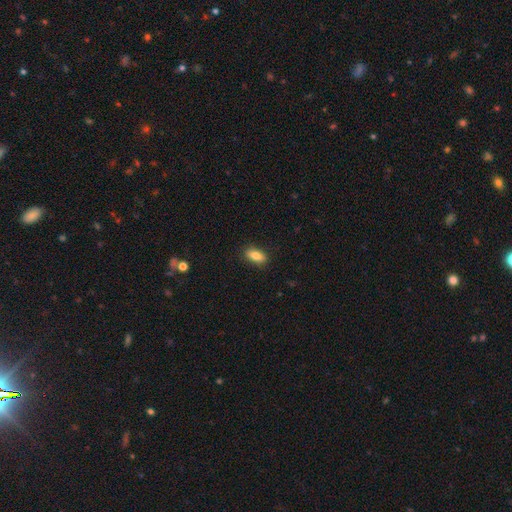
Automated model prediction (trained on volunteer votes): This is clearly a smooth galaxy (85%). How rounded: clearly in between (84%). Merging: clearly none (87%).